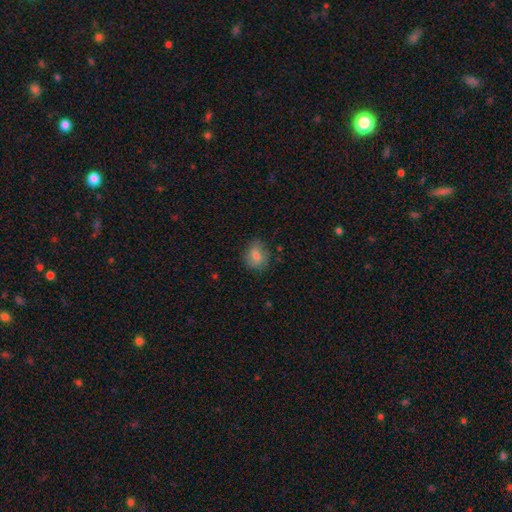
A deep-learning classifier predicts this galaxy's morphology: type=smooth (74%); roundness=round (55%); merging=none (76%).